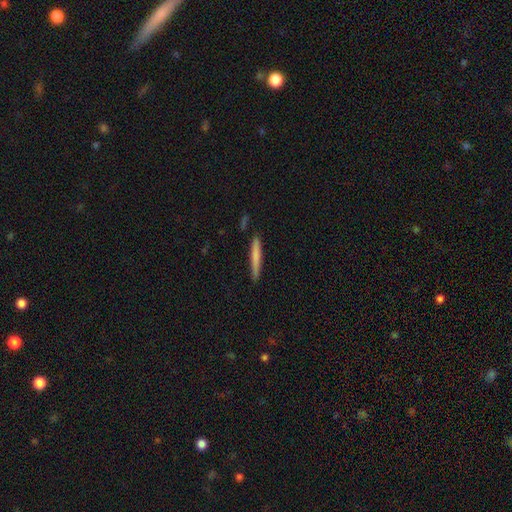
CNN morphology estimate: smooth 70%, featured or disk 25%, star or artifact 6%. Down the decision tree: how rounded — cigar-shaped (96%); merging — none (87%).